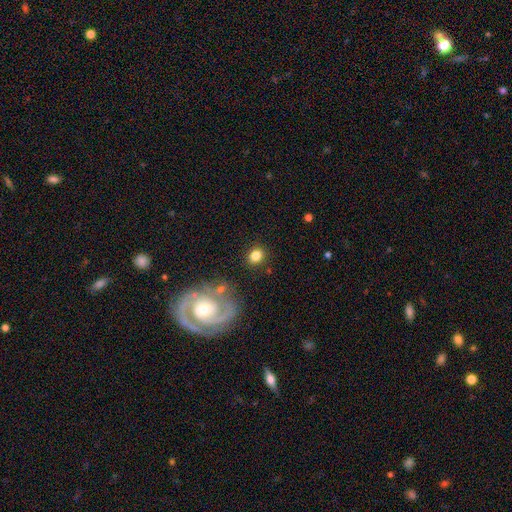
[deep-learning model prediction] smooth-or-featured: smooth: 80% | featured or disk: 11% | star or artifact: 9%
  how-rounded: round: 64% | in between: 35% | cigar-shaped: 1%
  merging: none: 85% | minor disturbance: 8% | merger: 4% | major disturbance: 3%